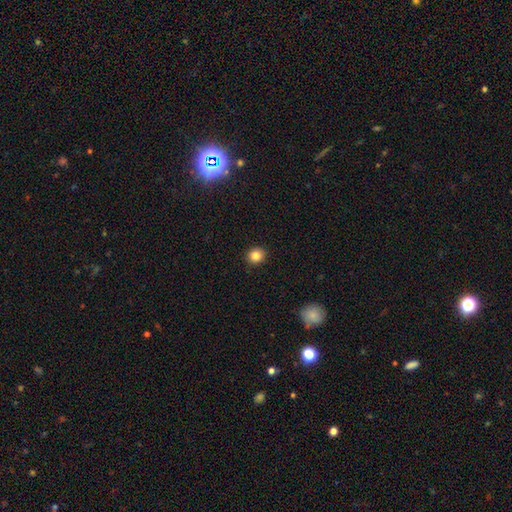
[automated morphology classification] Smooth or featured? Predicted: smooth (p=0.85). How rounded? Predicted: round (p=0.85). Merging? Predicted: none (p=0.92).